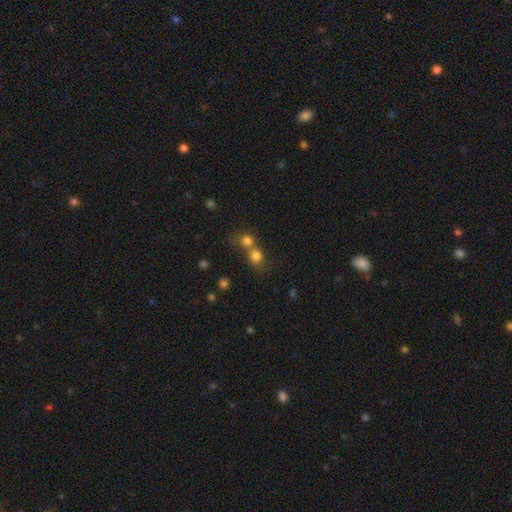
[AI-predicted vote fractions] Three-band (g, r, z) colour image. It shows a smooth galaxy with no disk features (77%) that is round (81%). Merging: merger (53%).